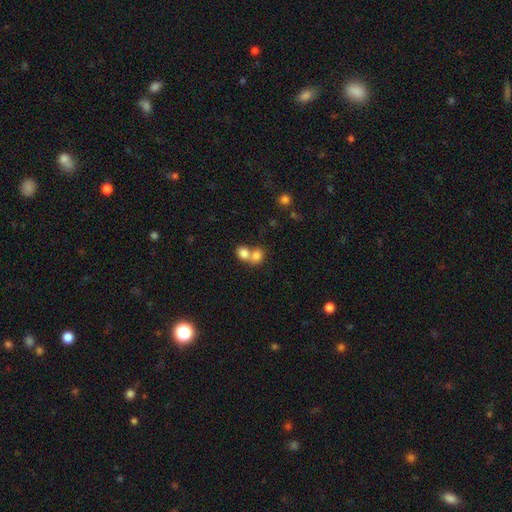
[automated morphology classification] smooth-or-featured: smooth: 79% | featured or disk: 11% | star or artifact: 10%
  how-rounded: round: 62% | in between: 37% | cigar-shaped: 1%
  merging: merger: 63% | none: 29% | minor disturbance: 5% | major disturbance: 3%